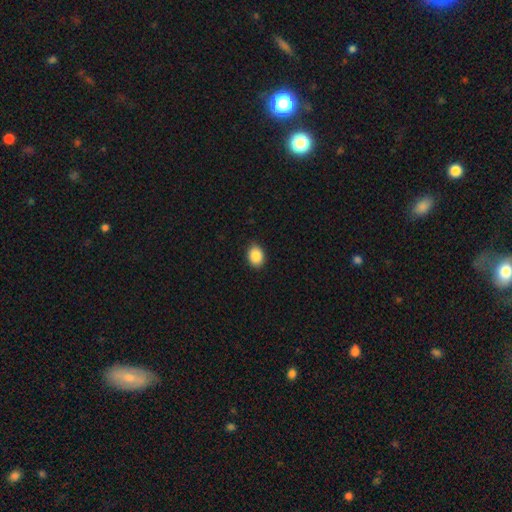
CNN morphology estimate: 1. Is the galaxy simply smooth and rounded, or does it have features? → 88% smooth, 8% star or artifact, 4% featured or disk.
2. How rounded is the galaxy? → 68% in between, 31% round, 1% cigar-shaped.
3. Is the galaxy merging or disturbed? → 89% none, 8% minor disturbance, 2% major disturbance, 1% merger.